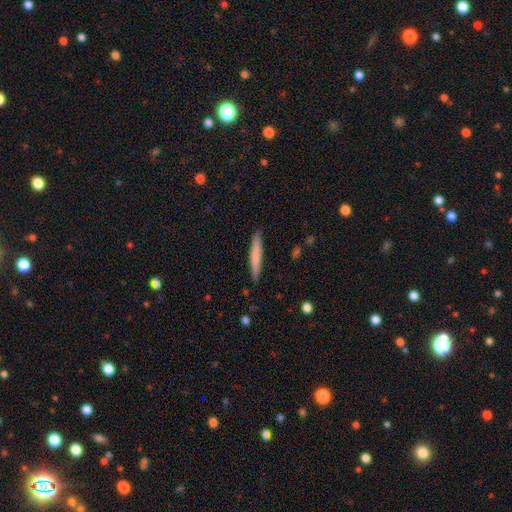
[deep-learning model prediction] Smooth or featured: smooth — 72% (featured or disk — 23%)
How rounded: cigar-shaped — 95% (in between — 4%)
Merging: none — 89% (minor disturbance — 8%)